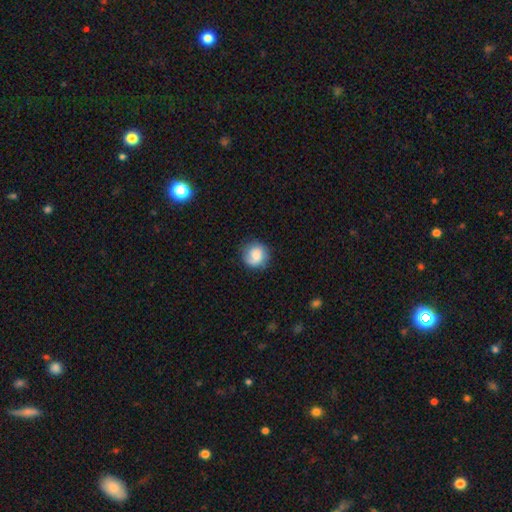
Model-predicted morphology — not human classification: Overall: smooth (69%). How rounded: round (90%). Merging: none (78%).